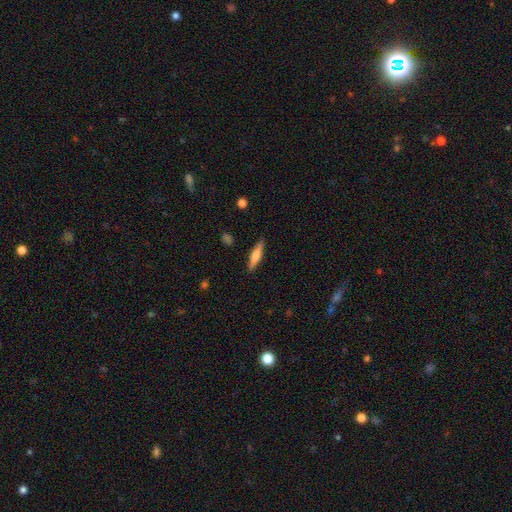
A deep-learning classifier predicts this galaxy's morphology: Smooth or featured? smooth (62%)
How rounded? cigar-shaped (81%)
Merging? none (89%)